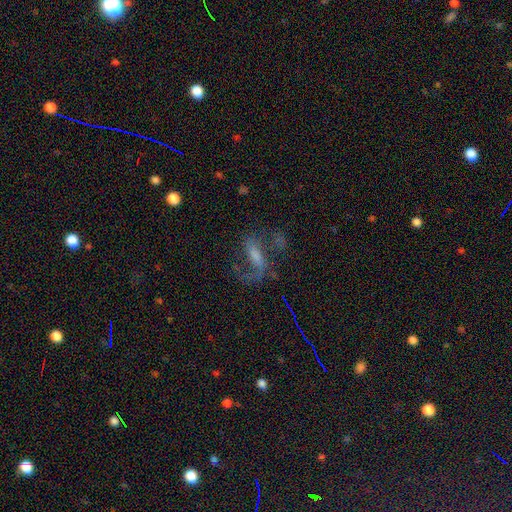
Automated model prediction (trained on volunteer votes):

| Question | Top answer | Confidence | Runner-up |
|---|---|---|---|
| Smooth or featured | featured or disk | 69% | smooth (17%) |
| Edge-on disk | no | 92% | yes (8%) |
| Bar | weak | 41% | strong (35%) |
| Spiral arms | yes | 89% | no (11%) |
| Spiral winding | loose | 59% | medium (33%) |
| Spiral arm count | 2 | 63% | 1 (28%) |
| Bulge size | moderate | 33% | small (32%) |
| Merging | none | 51% | major disturbance (29%) |